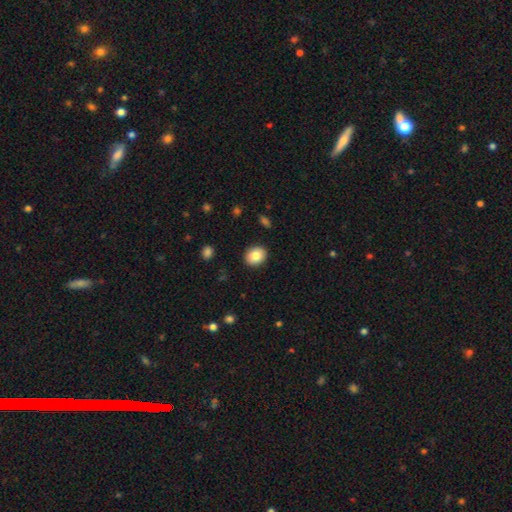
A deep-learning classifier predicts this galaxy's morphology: Overall: smooth (83%). How rounded: round (59%; in between 40%). Merging: none (90%).